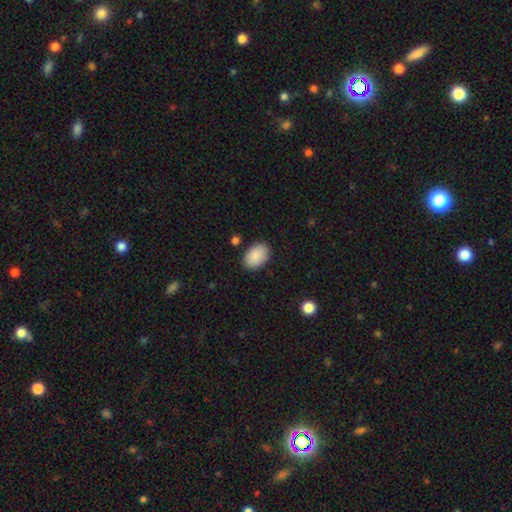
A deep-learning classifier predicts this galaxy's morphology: Smooth or featured: smooth — 89% (star or artifact — 6%)
How rounded: in between — 87% (round — 12%)
Merging: none — 85% (minor disturbance — 10%)